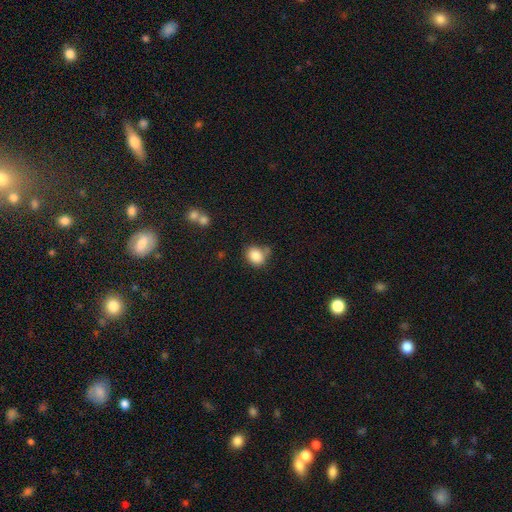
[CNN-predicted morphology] type=smooth (86%); roundness=round (54%); merging=none (61%).